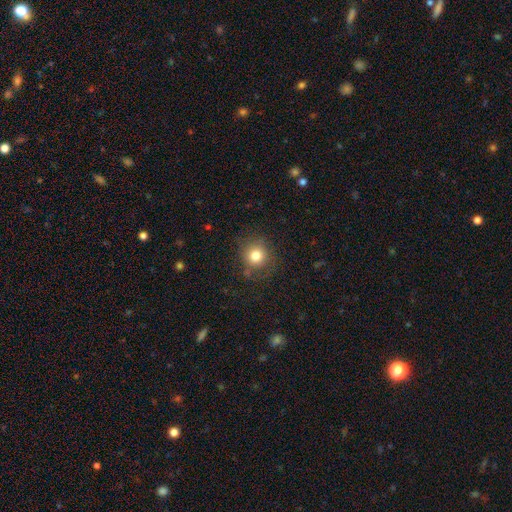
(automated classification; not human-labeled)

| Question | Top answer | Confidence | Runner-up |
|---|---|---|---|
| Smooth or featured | smooth | 80% | star or artifact (12%) |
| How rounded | round | 89% | in between (10%) |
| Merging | none | 81% | minor disturbance (12%) |